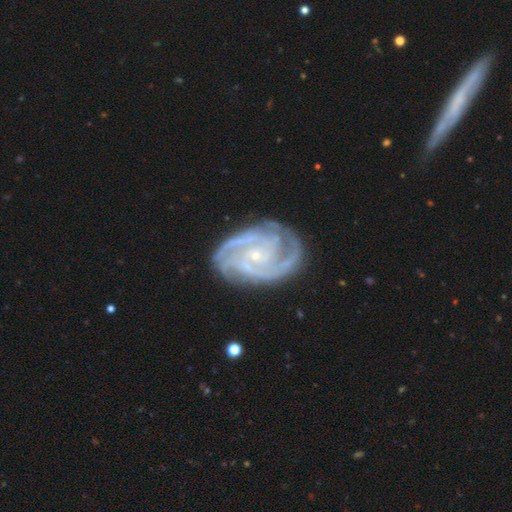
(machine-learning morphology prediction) smooth-or-featured: featured or disk: 91% | star or artifact: 5% | smooth: 4%
  disk-edge-on: no: 98% | yes: 2%
    bar: no: 63% | weak: 27% | strong: 10%
    has-spiral-arms: yes: 98% | no: 2%
      spiral-winding: tight: 60% | medium: 35% | loose: 5%
      spiral-arm-count: 3: 31% | 2: 29% | 4: 14% | can't tell: 13% | more than 4: 7% | 1: 6%
    bulge-size: small: 83% | moderate: 14% | none: 2% | large: 1% | dominant: 1%
  merging: none: 76% | minor disturbance: 17% | major disturbance: 6% | merger: 1%